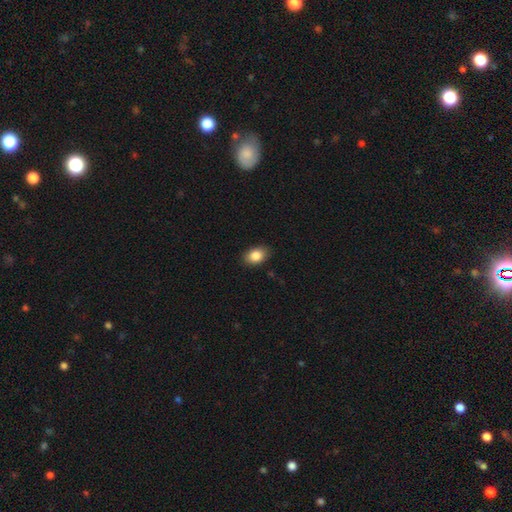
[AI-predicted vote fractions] smooth_or_featured: smooth (p=0.86) [alt: star or artifact p=0.08]
how_rounded: in between (p=0.78) [alt: round p=0.20]
merging: none (p=0.87) [alt: minor disturbance p=0.10]